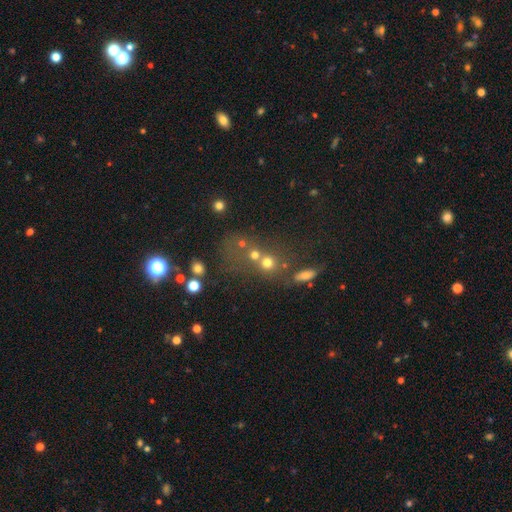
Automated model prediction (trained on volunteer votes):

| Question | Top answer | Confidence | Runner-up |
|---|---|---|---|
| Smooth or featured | smooth | 46% | star or artifact (37%) |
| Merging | merger | 47% | none (35%) |